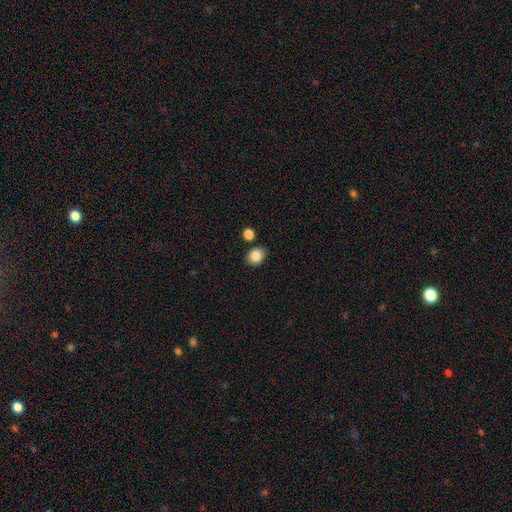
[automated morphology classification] type=smooth (85%); roundness=in between (51%); merging=none (82%).